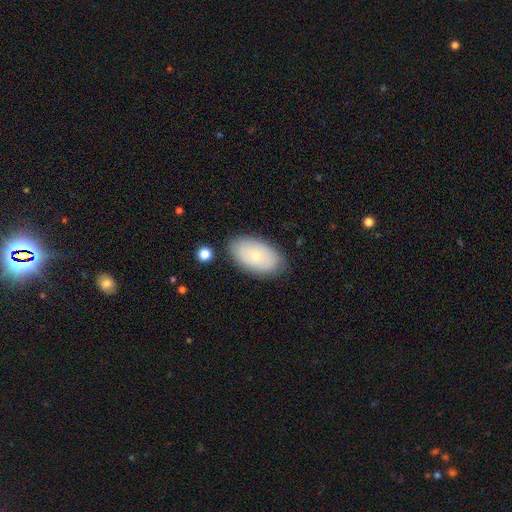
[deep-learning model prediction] Q: Smooth or featured?
A: smooth (60%); runner-up: featured or disk (33%)
Q: How rounded?
A: in between (94%); runner-up: round (5%)
Q: Merging?
A: none (82%); runner-up: minor disturbance (13%)